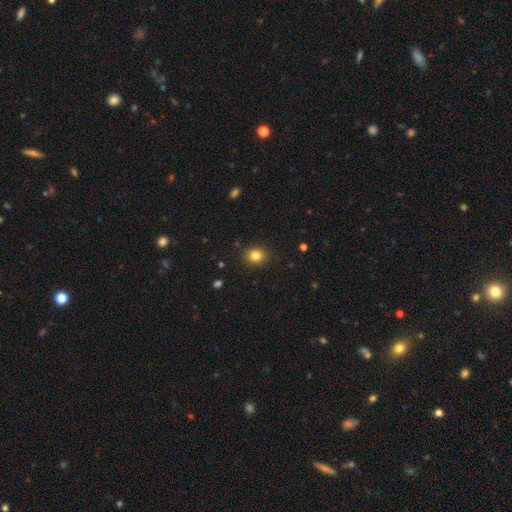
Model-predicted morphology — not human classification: smooth 82%, star or artifact 12%, featured or disk 6%. Down the decision tree: how rounded — round (70%); merging — none (89%).